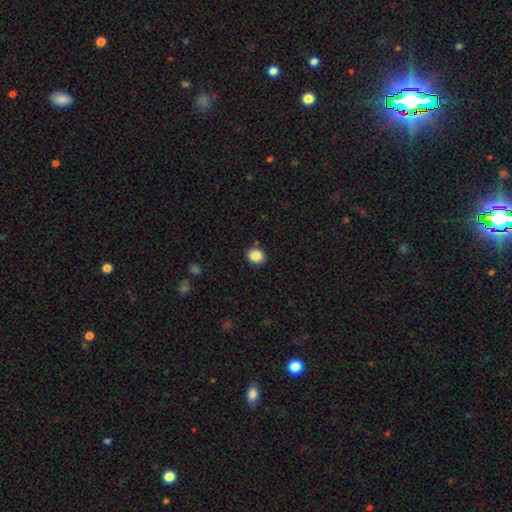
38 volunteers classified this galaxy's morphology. Overall: smooth (97%). How rounded: round (70%). Merging: none (84%).